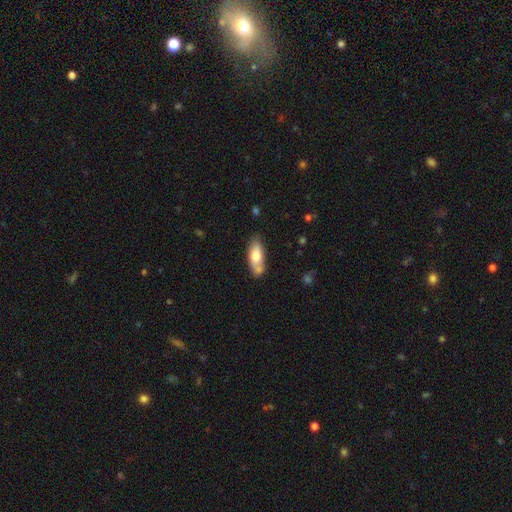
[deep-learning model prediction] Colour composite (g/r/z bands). It shows a smooth galaxy with no disk features (69%) that is in between round and cigar-shaped (75%). Merging: none (61%).